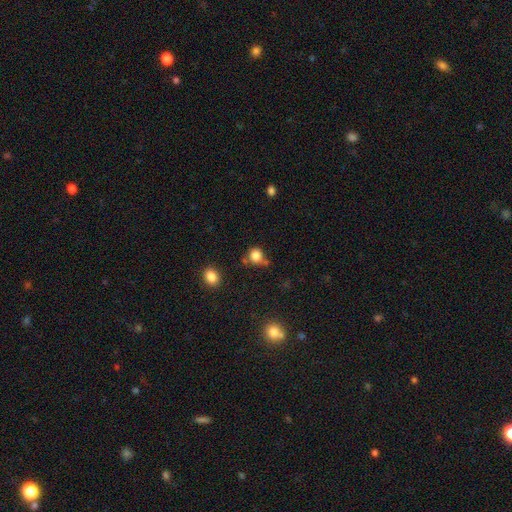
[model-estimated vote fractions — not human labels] The model was most divided on "merging": none: 61%, minor disturbance: 18%, merger: 14%, major disturbance: 6%. More confident: how rounded — round (85%); smooth or featured — smooth (82%).